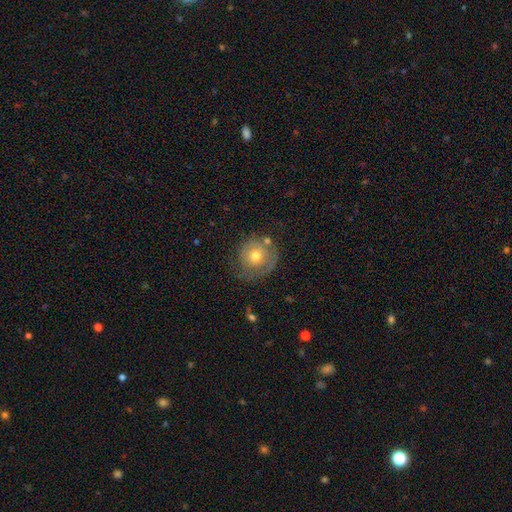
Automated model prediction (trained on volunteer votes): smooth 51%, featured or disk 41%, star or artifact 8%. Down the decision tree: how rounded — round (89%); merging — none (59%).